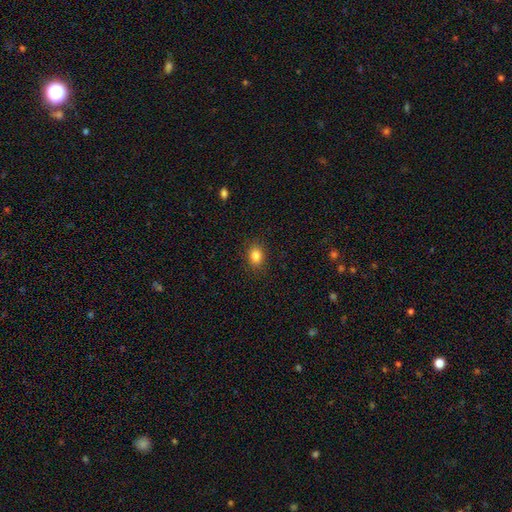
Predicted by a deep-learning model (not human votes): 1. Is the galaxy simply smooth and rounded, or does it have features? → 84% smooth, 10% star or artifact, 6% featured or disk.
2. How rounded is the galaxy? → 61% in between, 38% round, 1% cigar-shaped.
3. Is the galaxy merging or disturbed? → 88% none, 8% minor disturbance, 2% major disturbance, 1% merger.